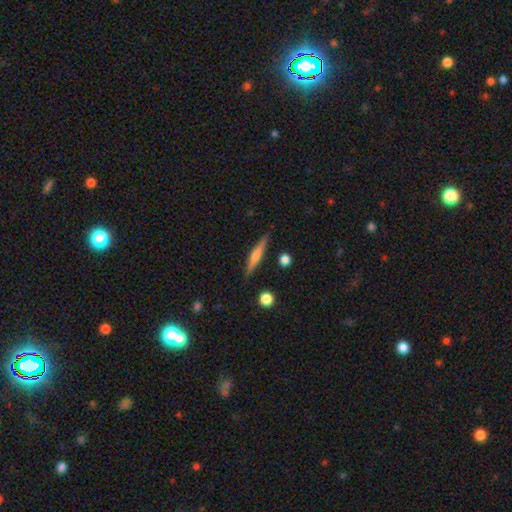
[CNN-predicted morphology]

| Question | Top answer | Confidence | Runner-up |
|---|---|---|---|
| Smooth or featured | featured or disk | 49% | smooth (44%) |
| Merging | none | 87% | minor disturbance (9%) |